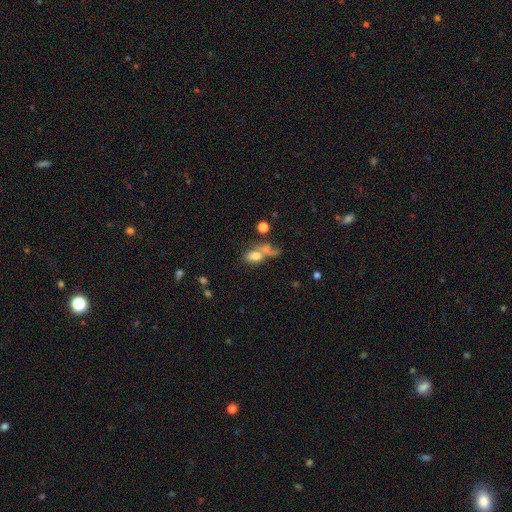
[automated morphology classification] This is likely a smooth galaxy (70%). How rounded: likely in between (76%). Merging: marginally merger (45%).